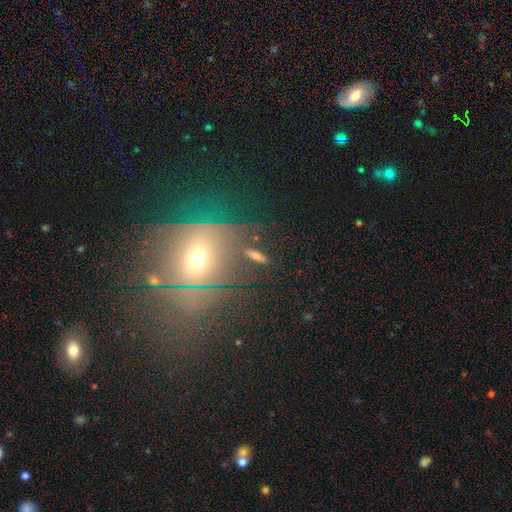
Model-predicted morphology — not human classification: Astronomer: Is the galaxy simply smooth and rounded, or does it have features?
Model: smooth — 45% (runner-up: star or artifact, 28%).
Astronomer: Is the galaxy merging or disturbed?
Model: none — 70%.